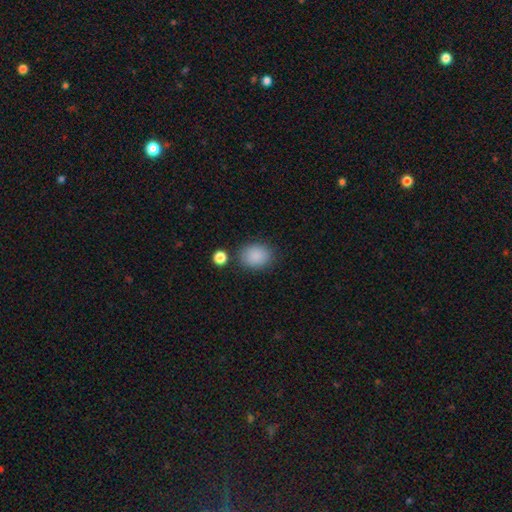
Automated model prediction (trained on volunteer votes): smooth-or-featured: smooth: 88% | star or artifact: 9% | featured or disk: 4%
  how-rounded: round: 53% | in between: 46% | cigar-shaped: 1%
  merging: none: 80% | minor disturbance: 11% | merger: 5% | major disturbance: 4%